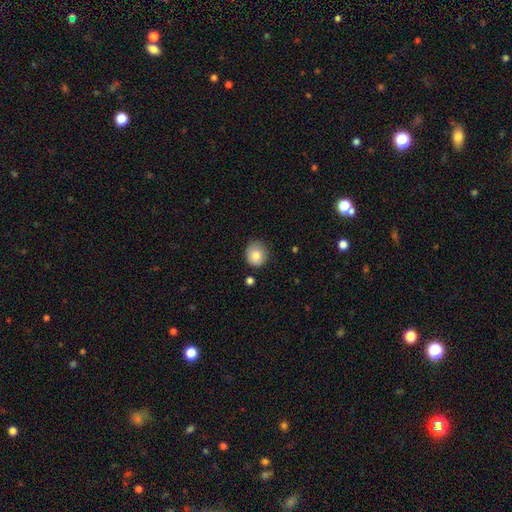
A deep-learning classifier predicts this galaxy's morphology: smooth_or_featured: smooth (p=0.82) [alt: featured or disk p=0.09]
how_rounded: round (p=0.82) [alt: in between p=0.17]
merging: none (p=0.75) [alt: minor disturbance p=0.18]